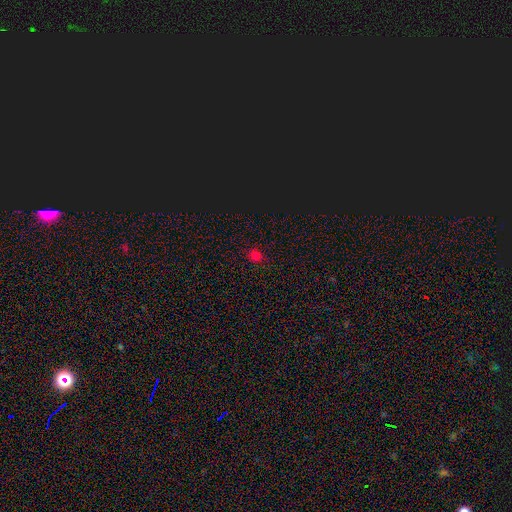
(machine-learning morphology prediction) Smooth or featured: smooth — 72% (star or artifact — 23%)
How rounded: round — 76% (in between — 23%)
Merging: none — 87% (minor disturbance — 10%)